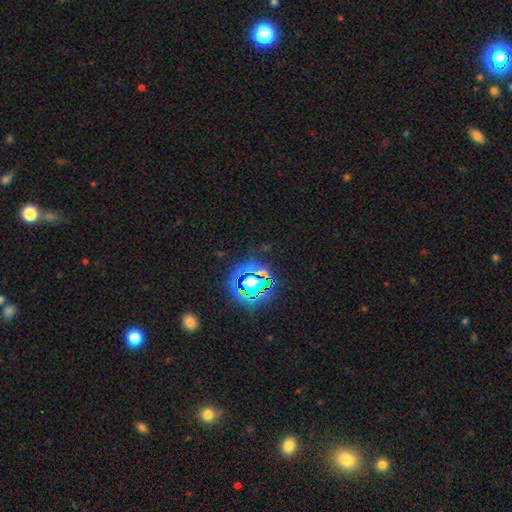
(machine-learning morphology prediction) The model was most divided on "smooth or featured": star or artifact: 81%, smooth: 13%, featured or disk: 7%.